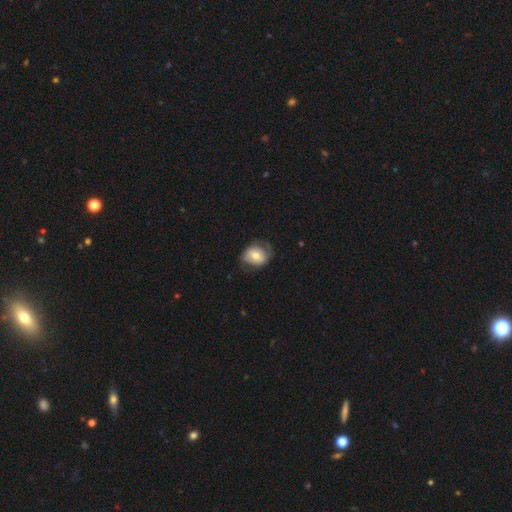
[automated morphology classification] This is possibly a smooth galaxy (58%). How rounded: possibly round (52%). Merging: possibly none (59%).